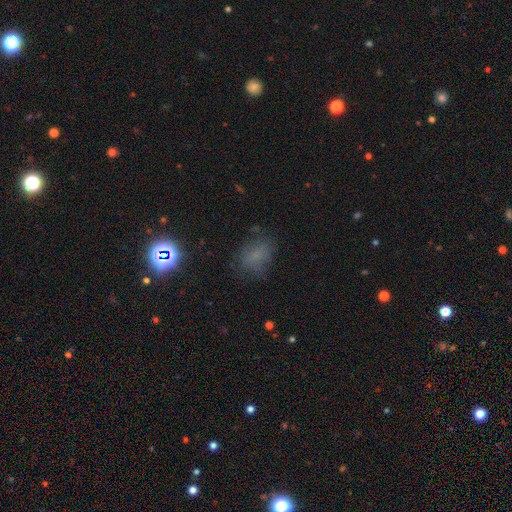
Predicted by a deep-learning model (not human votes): Smooth or featured?
  - smooth: 61% *
  - star or artifact: 24%
  - featured or disk: 14%
How rounded?
  - in between: 69% *
  - round: 29%
  - cigar-shaped: 2%
Merging?
  - none: 66% *
  - minor disturbance: 21%
  - major disturbance: 11%
  - merger: 2%